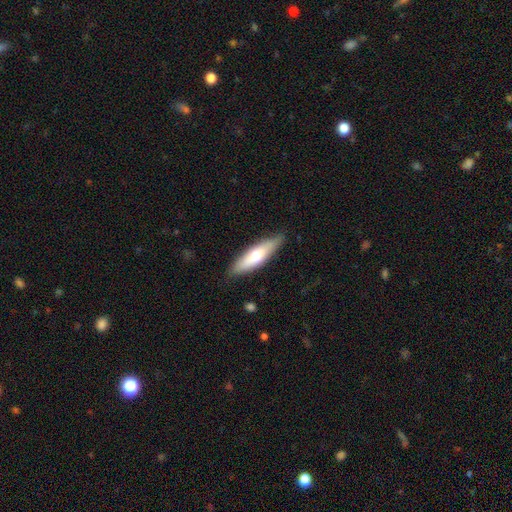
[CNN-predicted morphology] Smooth or featured? Predicted: smooth (p=0.58). How rounded? Predicted: cigar-shaped (p=0.61). Merging? Predicted: none (p=0.84).